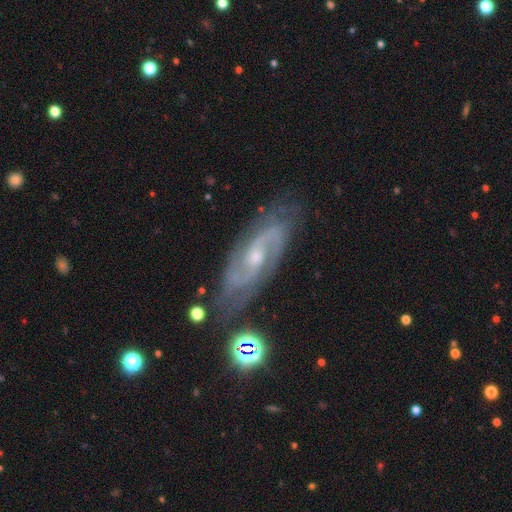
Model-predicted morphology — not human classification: Q: Smooth or featured?
A: featured or disk (88%); runner-up: star or artifact (6%)
Q: Edge-on disk?
A: no (93%); runner-up: yes (7%)
Q: Bar?
A: no (49%); runner-up: weak (42%)
Q: Spiral arms?
A: yes (97%); runner-up: no (3%)
Q: Spiral winding?
A: medium (51%); runner-up: tight (35%)
Q: Spiral arm count?
A: 2 (81%); runner-up: can't tell (8%)
Q: Bulge size?
A: small (63%); runner-up: moderate (33%)
Q: Merging?
A: none (76%); runner-up: minor disturbance (16%)